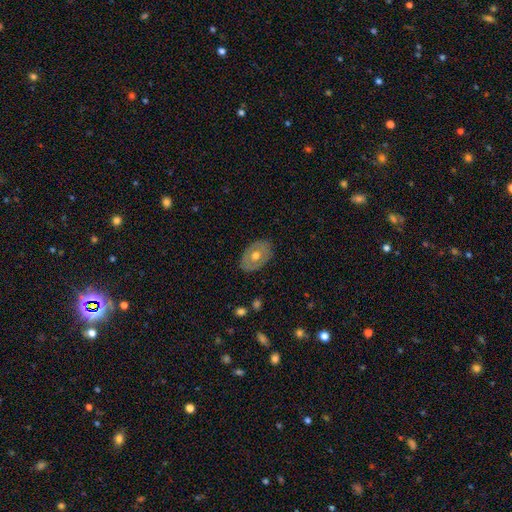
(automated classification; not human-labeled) Q: Smooth or featured?
A: smooth (48%); runner-up: featured or disk (46%)
Q: Merging?
A: none (85%); runner-up: minor disturbance (11%)